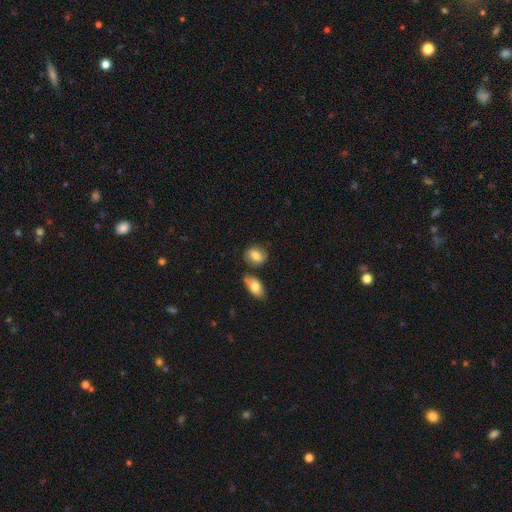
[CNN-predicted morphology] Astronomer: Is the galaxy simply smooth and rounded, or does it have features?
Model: smooth — 78%.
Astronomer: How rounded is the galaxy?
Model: in between — 66%.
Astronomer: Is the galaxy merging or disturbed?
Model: none — 68%.